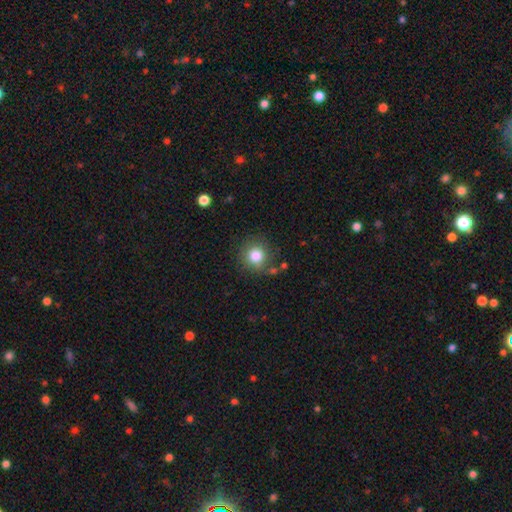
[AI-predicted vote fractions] This is clearly a smooth galaxy (82%). How rounded: clearly round (91%). Merging: likely none (79%).